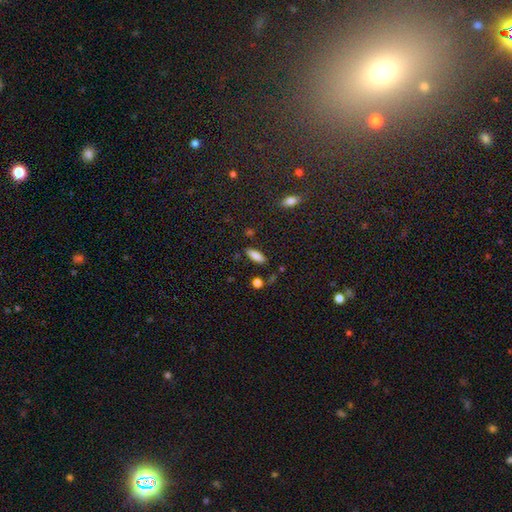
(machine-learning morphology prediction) Smooth or featured: smooth — 83% (featured or disk — 9%)
How rounded: in between — 64% (cigar-shaped — 34%)
Merging: none — 82% (minor disturbance — 12%)